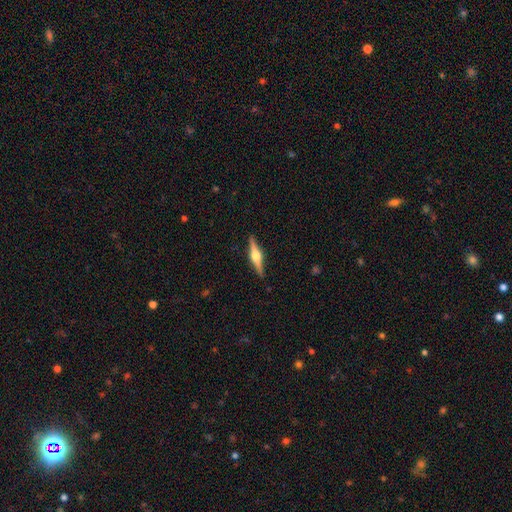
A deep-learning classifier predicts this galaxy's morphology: The model was most divided on "smooth or featured": featured or disk: 77%, smooth: 18%, star or artifact: 5%. More confident: edge-on disk — yes (98%); edge-on bulge — rounded (95%); merging — none (91%).